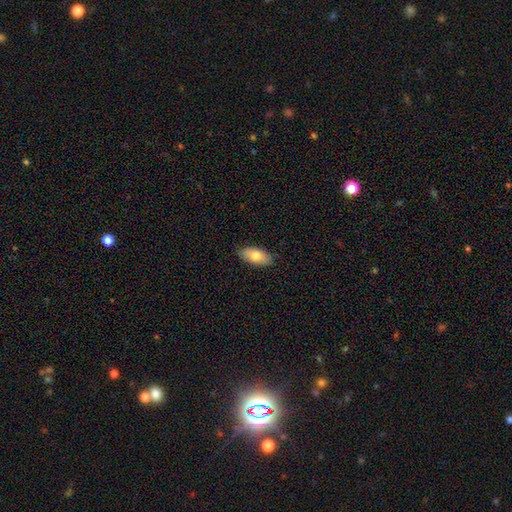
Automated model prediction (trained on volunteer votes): Smooth or featured: smooth — 77% (featured or disk — 17%)
How rounded: in between — 91% (cigar-shaped — 6%)
Merging: none — 87% (minor disturbance — 11%)